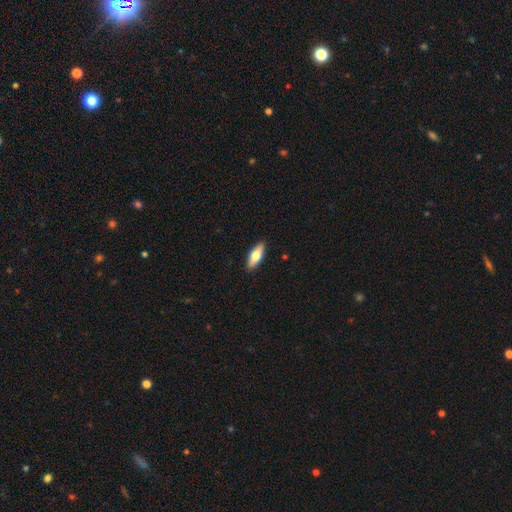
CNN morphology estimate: Smooth or featured? Predicted: smooth (p=0.66). How rounded? Predicted: in between (p=0.63). Merging? Predicted: none (p=0.90).